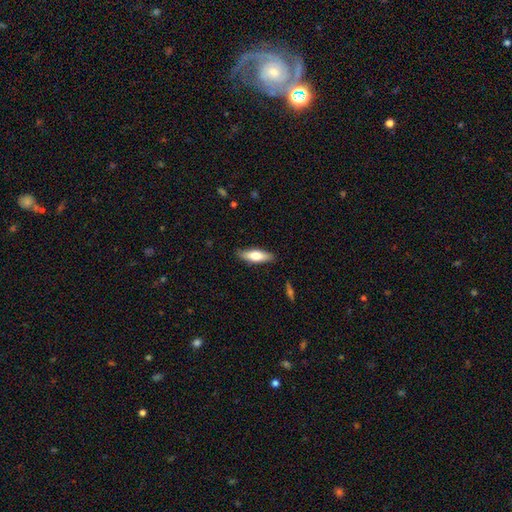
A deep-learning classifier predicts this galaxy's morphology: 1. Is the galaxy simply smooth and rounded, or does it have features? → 65% smooth, 30% featured or disk, 6% star or artifact.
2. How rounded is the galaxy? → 51% in between, 47% cigar-shaped, 2% round.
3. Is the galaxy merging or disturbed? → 87% none, 10% minor disturbance, 2% major disturbance, 1% merger.